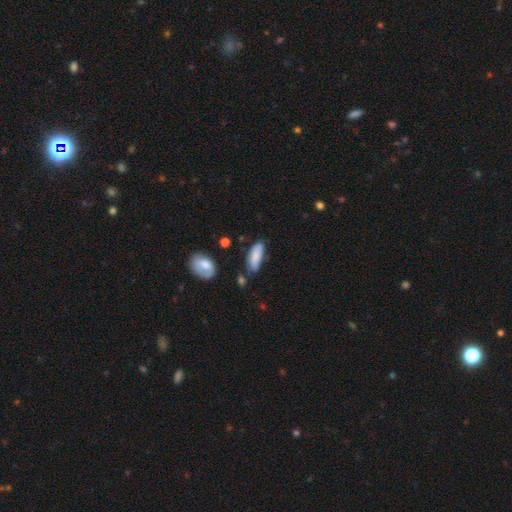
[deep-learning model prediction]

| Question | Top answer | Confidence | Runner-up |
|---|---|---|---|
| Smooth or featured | smooth | 84% | featured or disk (10%) |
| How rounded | in between | 68% | cigar-shaped (30%) |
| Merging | none | 65% | minor disturbance (25%) |